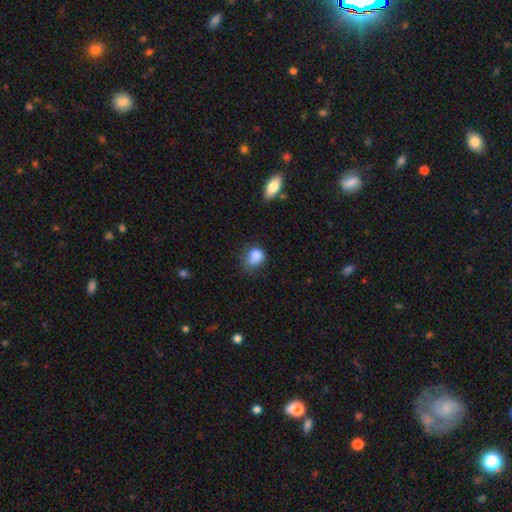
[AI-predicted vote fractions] Overall: smooth (83%). How rounded: in between (50%; round 48%). Merging: none (45%; minor disturbance 37%).